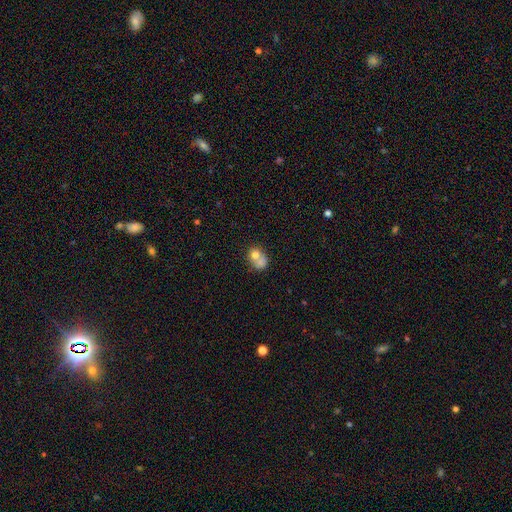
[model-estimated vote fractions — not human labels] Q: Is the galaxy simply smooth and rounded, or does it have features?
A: smooth — 69%.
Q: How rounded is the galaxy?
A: round — 63%.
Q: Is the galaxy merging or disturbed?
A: merger — 56%.